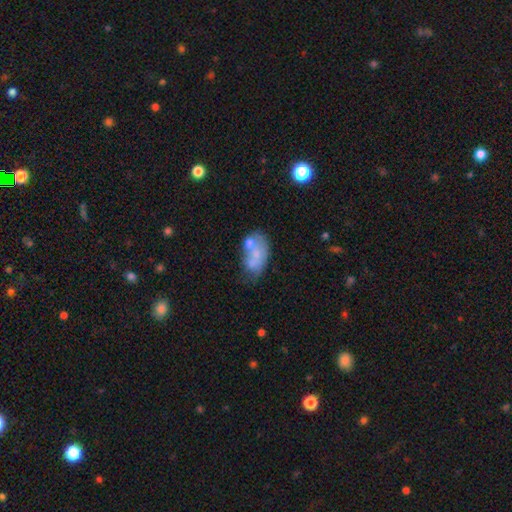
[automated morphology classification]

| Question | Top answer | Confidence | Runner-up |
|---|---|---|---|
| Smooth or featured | smooth | 52% | featured or disk (38%) |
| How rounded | in between | 88% | round (9%) |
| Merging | merger | 33% | none (30%) |